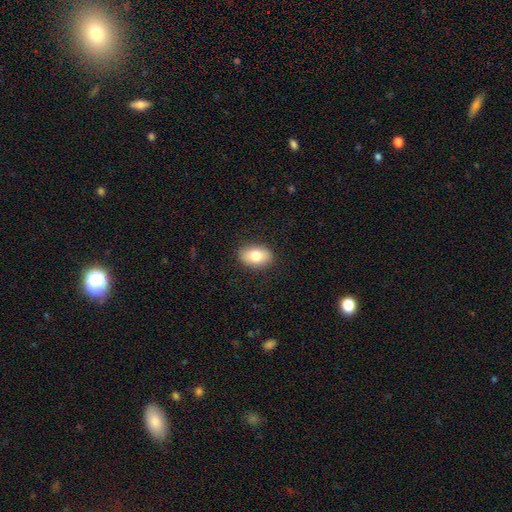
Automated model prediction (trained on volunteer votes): The model was most divided on "smooth or featured": smooth: 80%, featured or disk: 12%, star or artifact: 7%. More confident: merging — none (88%); how rounded — in between (85%).